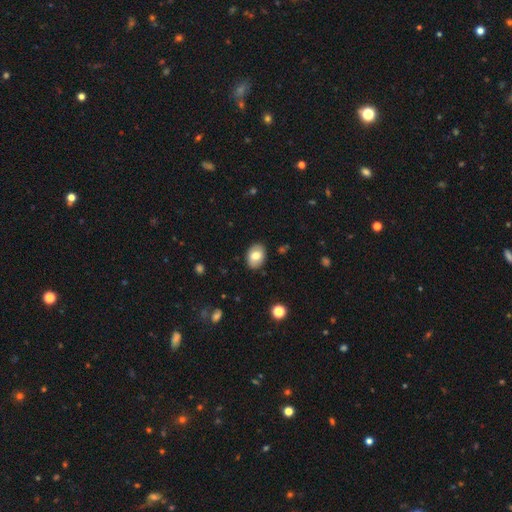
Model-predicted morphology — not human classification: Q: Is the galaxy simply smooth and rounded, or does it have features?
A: smooth — 75%.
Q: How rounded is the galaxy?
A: in between — 75%.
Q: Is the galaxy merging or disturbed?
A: none — 87%.